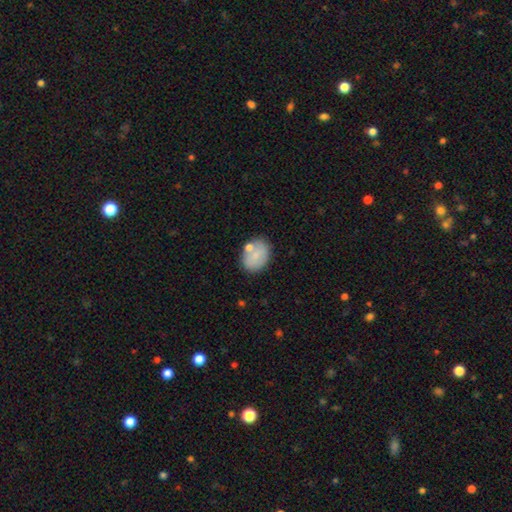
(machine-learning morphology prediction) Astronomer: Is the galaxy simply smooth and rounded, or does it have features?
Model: smooth — 78%.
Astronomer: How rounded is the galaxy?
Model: in between — 67%.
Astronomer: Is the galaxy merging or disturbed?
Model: none — 68%.